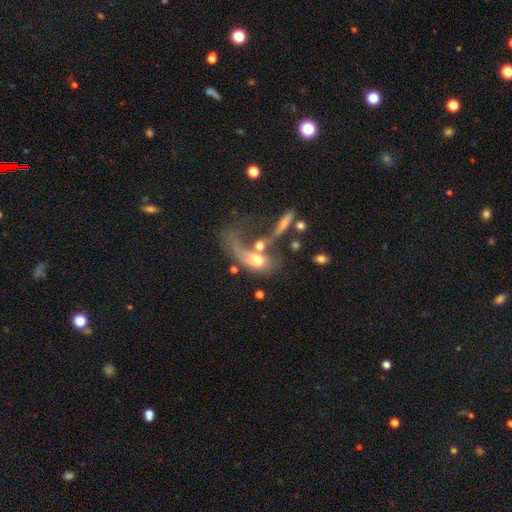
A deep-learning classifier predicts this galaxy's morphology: This is possibly a featured or disk galaxy (50%). It is clearly not viewed edge-on (87%). Merging: possibly merger (45%).